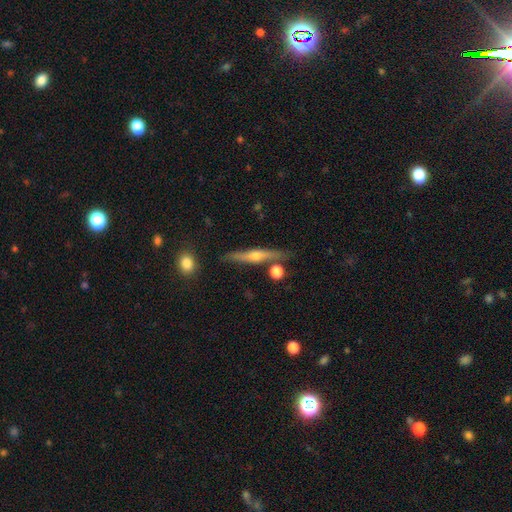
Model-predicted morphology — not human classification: Overall: featured or disk (73%). Edge-on disk: yes (97%). Edge-on bulge: rounded (90%). Merging: none (83%).